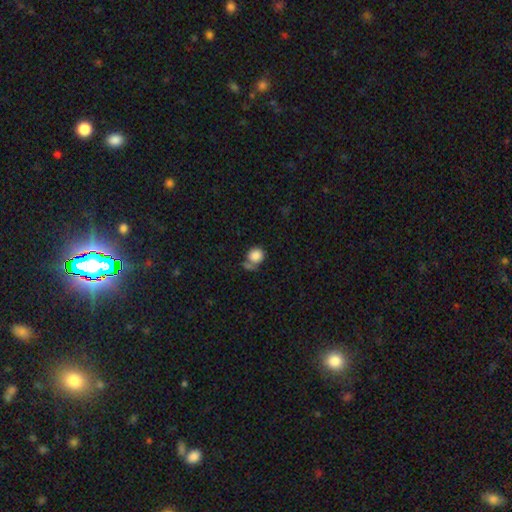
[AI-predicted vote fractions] smooth 85%, star or artifact 9%, featured or disk 6%. Down the decision tree: how rounded — round (84%); merging — none (52%).